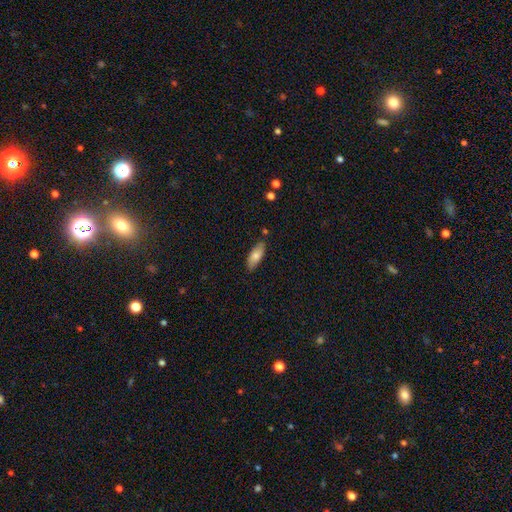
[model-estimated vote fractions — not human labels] The model was most divided on "how rounded": in between: 76%, cigar-shaped: 22%, round: 2%. More confident: merging — none (81%); smooth or featured — smooth (76%).